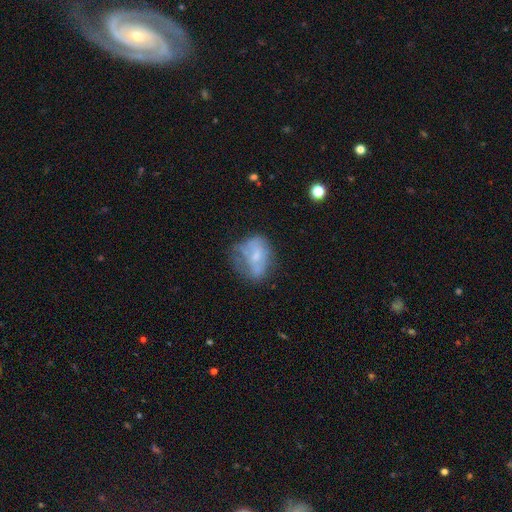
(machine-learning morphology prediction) smooth_or_featured: smooth (p=0.47) [alt: featured or disk p=0.42]
merging: none (p=0.39) [alt: minor disturbance p=0.29]